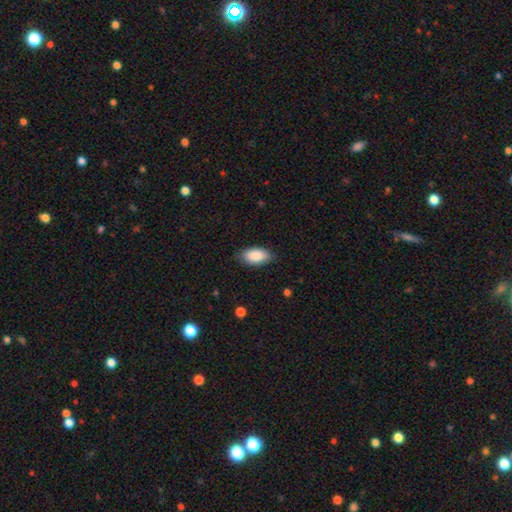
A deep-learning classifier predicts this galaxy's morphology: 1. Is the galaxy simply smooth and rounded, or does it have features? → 88% smooth, 6% star or artifact, 6% featured or disk.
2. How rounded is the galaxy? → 93% in between, 4% cigar-shaped, 3% round.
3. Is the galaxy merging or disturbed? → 82% none, 15% minor disturbance, 3% major disturbance, 1% merger.